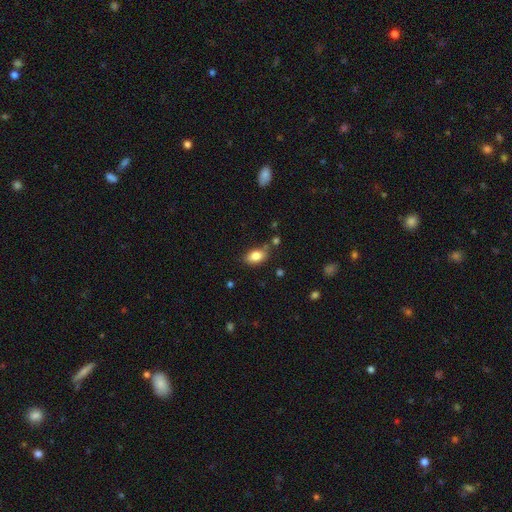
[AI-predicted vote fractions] The model was most divided on "merging": none: 75%, minor disturbance: 16%, merger: 6%, major disturbance: 3%. More confident: how rounded — in between (89%); smooth or featured — smooth (82%).